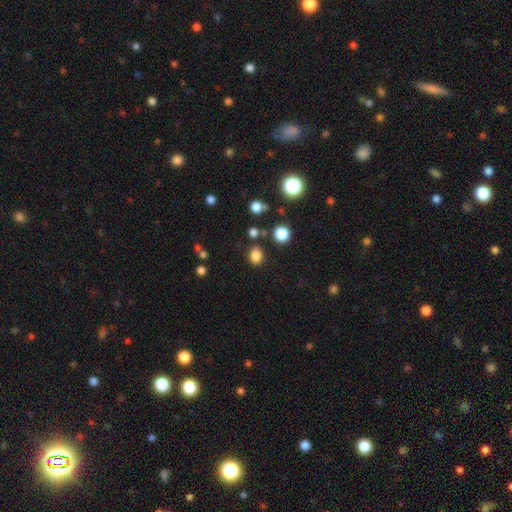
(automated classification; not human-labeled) The model was most divided on "how rounded": round: 53%, in between: 46%, cigar-shaped: 1%. More confident: merging — none (83%); smooth or featured — smooth (82%).